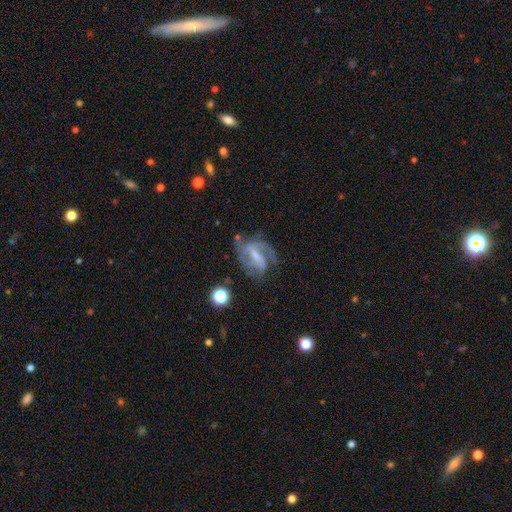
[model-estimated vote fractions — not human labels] Q: Smooth or featured?
A: featured or disk (81%); runner-up: smooth (12%)
Q: Edge-on disk?
A: no (97%); runner-up: yes (3%)
Q: Bar?
A: weak (45%); runner-up: strong (37%)
Q: Spiral arms?
A: yes (91%); runner-up: no (9%)
Q: Spiral winding?
A: medium (49%); runner-up: tight (30%)
Q: Spiral arm count?
A: 2 (45%); runner-up: 3 (22%)
Q: Bulge size?
A: small (50%); runner-up: moderate (32%)
Q: Merging?
A: none (54%); runner-up: minor disturbance (22%)